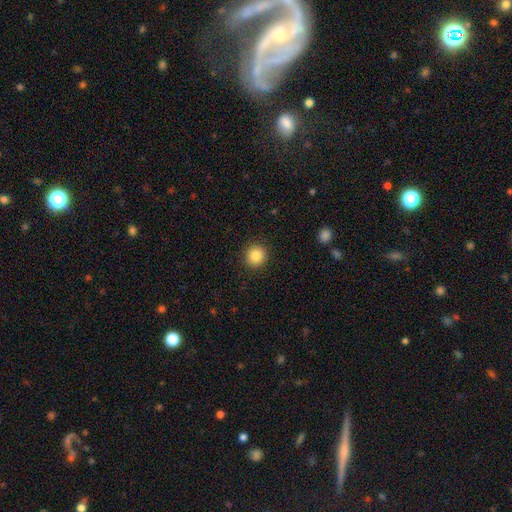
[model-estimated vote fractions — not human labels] Overall: smooth (86%). How rounded: round (93%). Merging: none (92%).